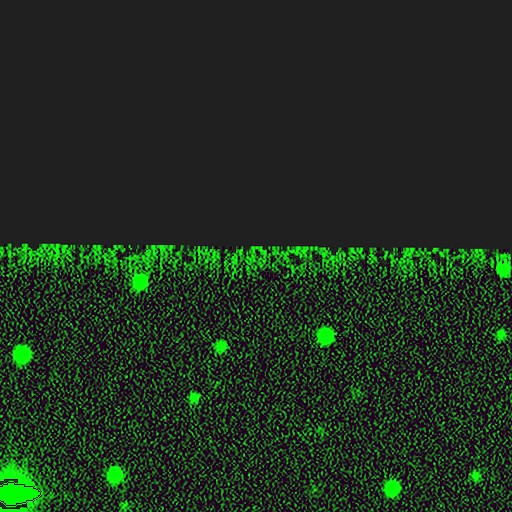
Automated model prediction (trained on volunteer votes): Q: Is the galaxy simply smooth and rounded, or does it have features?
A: star or artifact — 84%.